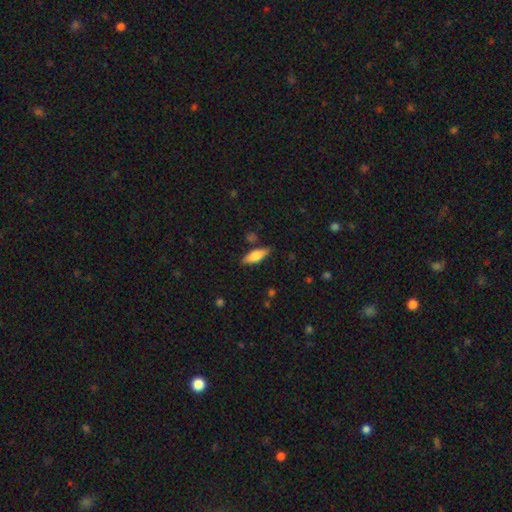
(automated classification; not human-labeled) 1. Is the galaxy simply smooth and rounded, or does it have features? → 58% smooth, 36% featured or disk, 7% star or artifact.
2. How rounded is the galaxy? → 50% in between, 47% cigar-shaped, 3% round.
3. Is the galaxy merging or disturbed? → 82% none, 12% minor disturbance, 3% merger, 3% major disturbance.